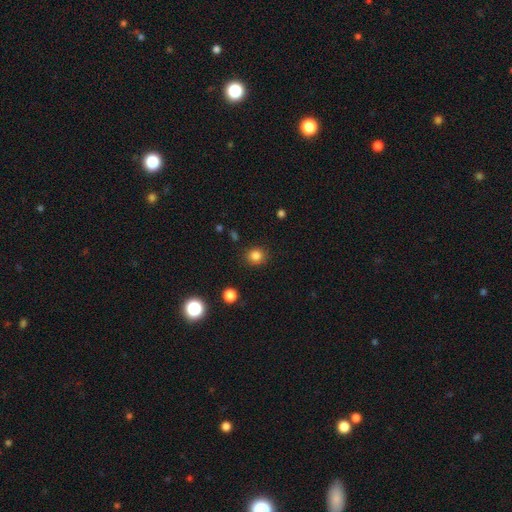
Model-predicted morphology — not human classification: Q: Smooth or featured?
A: smooth (83%); runner-up: star or artifact (12%)
Q: How rounded?
A: round (87%); runner-up: in between (12%)
Q: Merging?
A: none (89%); runner-up: minor disturbance (7%)